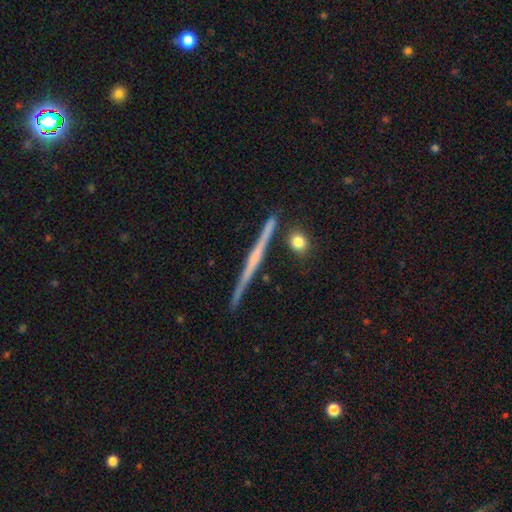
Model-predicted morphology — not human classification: This appears to be a featured or disk galaxy (70%) viewed edge-on (98%) with no central bulge (59%). Merging: none (89%).